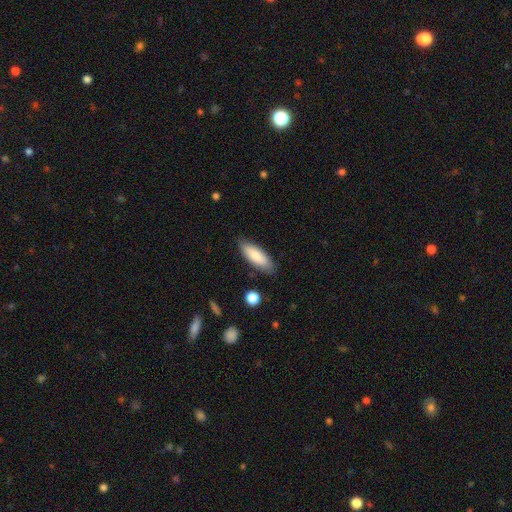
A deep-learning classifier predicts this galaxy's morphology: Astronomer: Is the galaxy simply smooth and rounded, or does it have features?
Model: smooth — 83%.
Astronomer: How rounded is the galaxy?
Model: in between — 62% (runner-up: cigar-shaped, 37%).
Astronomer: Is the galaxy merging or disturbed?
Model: none — 83%.